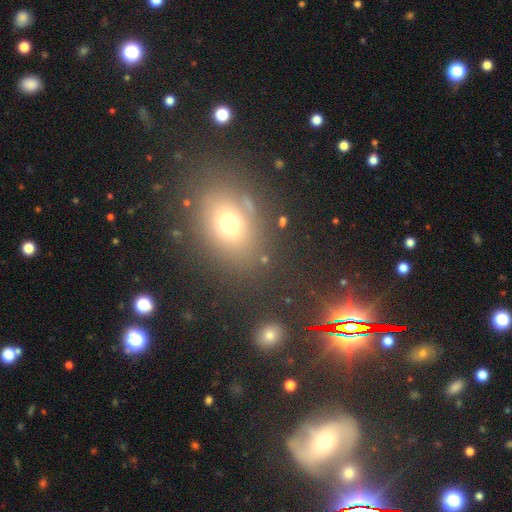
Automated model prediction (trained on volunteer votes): A smooth galaxy with no disk features (49%). Merging: none (82%).